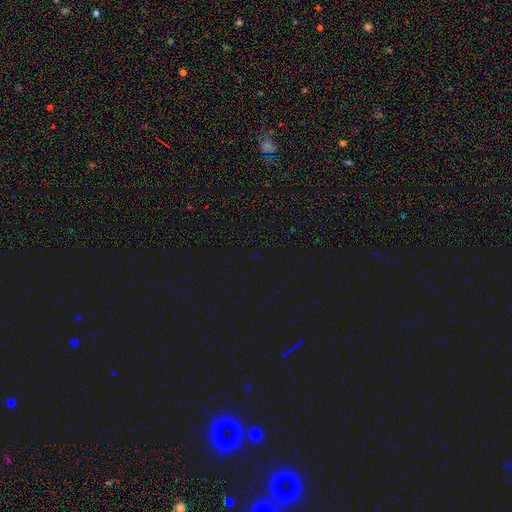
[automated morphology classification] Smooth or featured?
  - star or artifact: 75% *
  - smooth: 19%
  - featured or disk: 7%